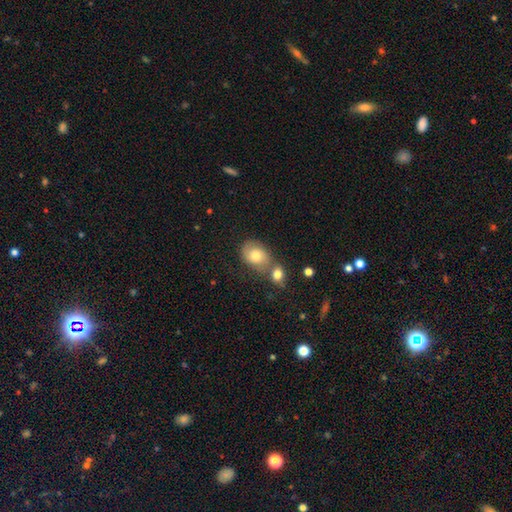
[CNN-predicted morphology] The model was most divided on "merging": none: 41%, merger: 38%, minor disturbance: 15%, major disturbance: 6%. More confident: smooth or featured — smooth (65%); how rounded — in between (62%).